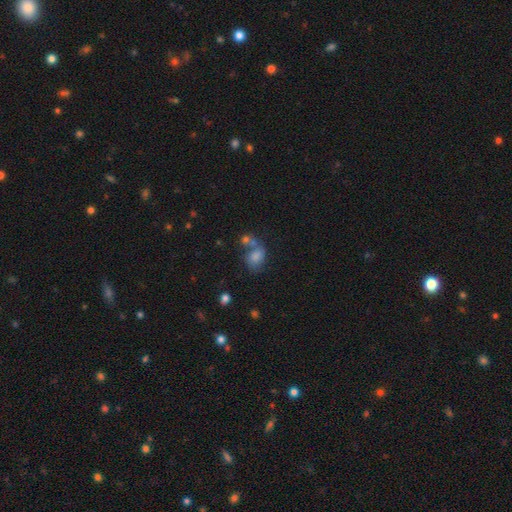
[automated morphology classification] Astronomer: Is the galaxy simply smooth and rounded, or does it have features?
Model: smooth — 71%.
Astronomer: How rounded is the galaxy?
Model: in between — 68%.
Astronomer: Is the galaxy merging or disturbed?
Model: merger — 37% (runner-up: none, 33%).